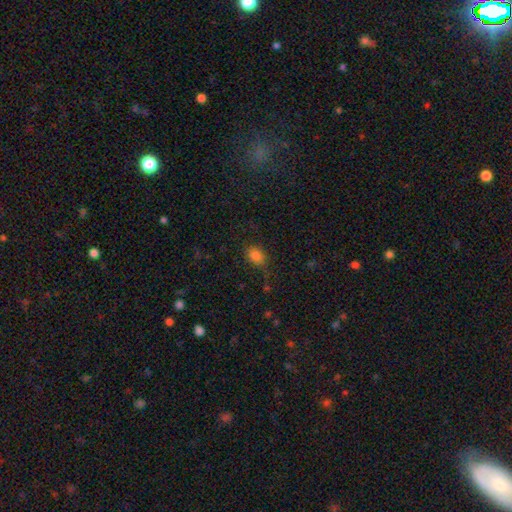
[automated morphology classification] smooth 82%, star or artifact 12%, featured or disk 6%. Down the decision tree: how rounded — in between (63%); merging — none (74%).